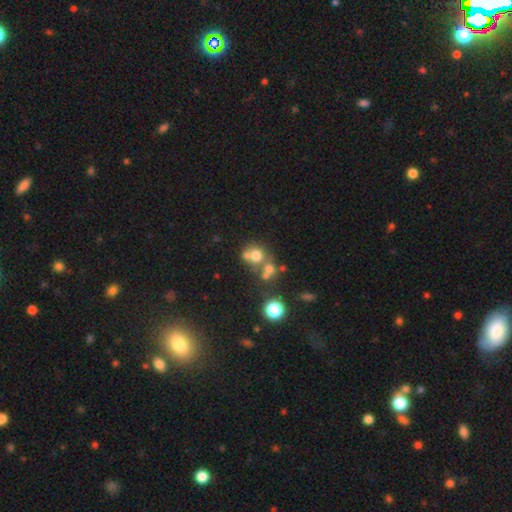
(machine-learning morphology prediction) The model was most divided on "merging": merger: 45%, none: 40%, minor disturbance: 9%, major disturbance: 6%. More confident: how rounded — round (80%); smooth or featured — smooth (63%).